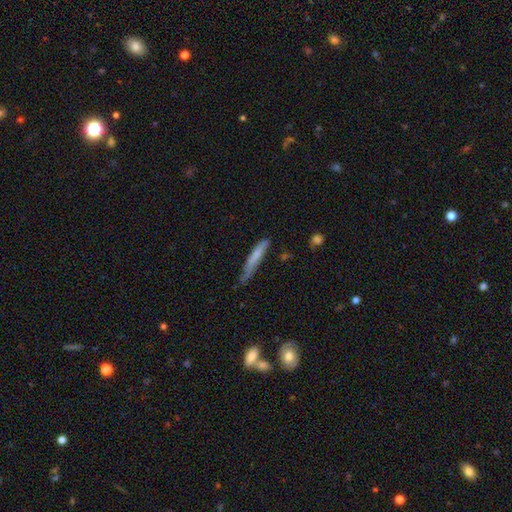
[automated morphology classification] Smooth or featured? Predicted: smooth (p=0.67). How rounded? Predicted: cigar-shaped (p=0.93). Merging? Predicted: none (p=0.56).